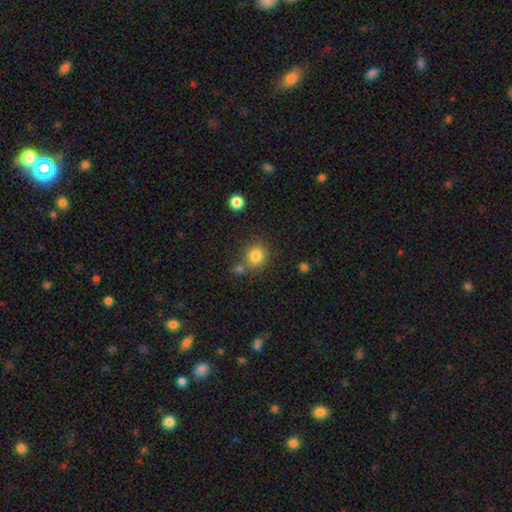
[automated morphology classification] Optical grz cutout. It shows a smooth galaxy with no disk features (83%) that is round (82%). Merging: none (71%).